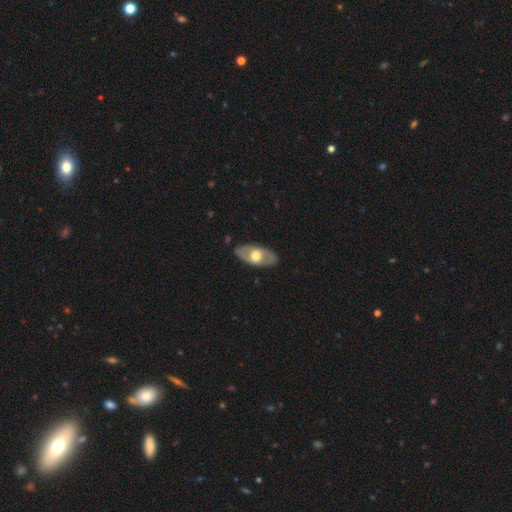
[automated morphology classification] This appears to be a featured or disk galaxy (56%). Merging: none (85%).